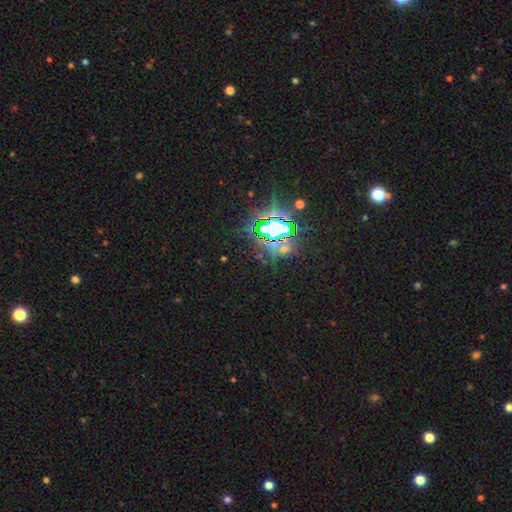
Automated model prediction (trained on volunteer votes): Smooth or featured: star or artifact — 85% (smooth — 8%)